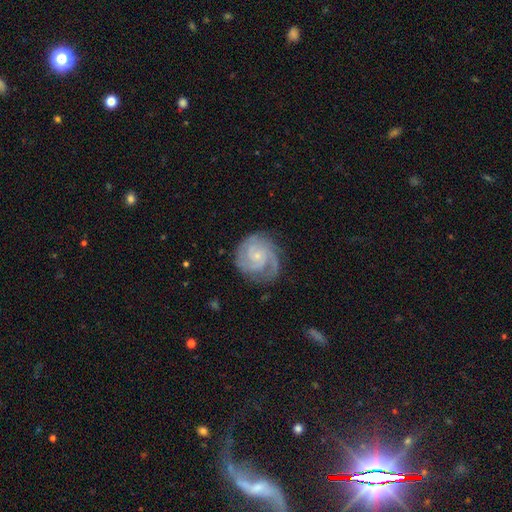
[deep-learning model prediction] Smooth or featured: featured or disk — 87% (smooth — 8%)
Edge-on disk: no — 98% (yes — 2%)
Bar: no — 68% (weak — 27%)
Spiral arms: yes — 97% (no — 3%)
Spiral winding: tight — 63% (medium — 32%)
Spiral arm count: 2 — 38% (3 — 32%)
Bulge size: small — 78% (moderate — 16%)
Merging: none — 75% (minor disturbance — 17%)